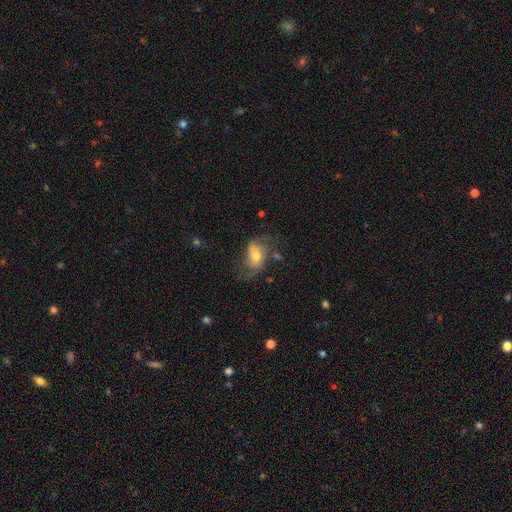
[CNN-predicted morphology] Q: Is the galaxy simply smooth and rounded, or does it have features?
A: featured or disk — 55%.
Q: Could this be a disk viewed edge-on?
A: no — 95%.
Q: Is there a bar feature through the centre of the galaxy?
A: no — 54%.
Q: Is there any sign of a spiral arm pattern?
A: yes — 79%.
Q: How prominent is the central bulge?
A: moderate — 62%.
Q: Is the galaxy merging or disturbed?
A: none — 47%.